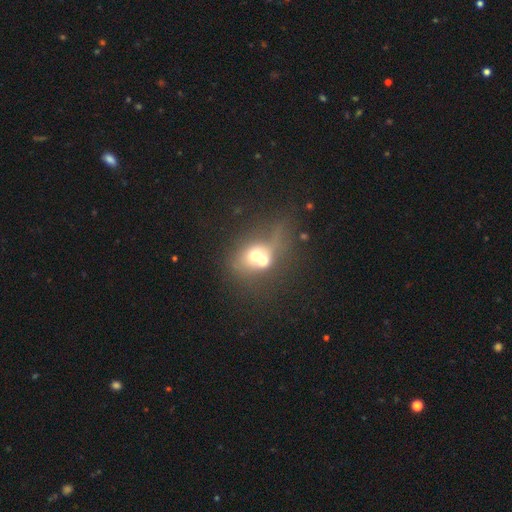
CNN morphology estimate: smooth_or_featured: smooth (p=0.56) [alt: featured or disk p=0.30]
how_rounded: round (p=0.59) [alt: in between p=0.40]
merging: merger (p=0.67) [alt: none p=0.17]